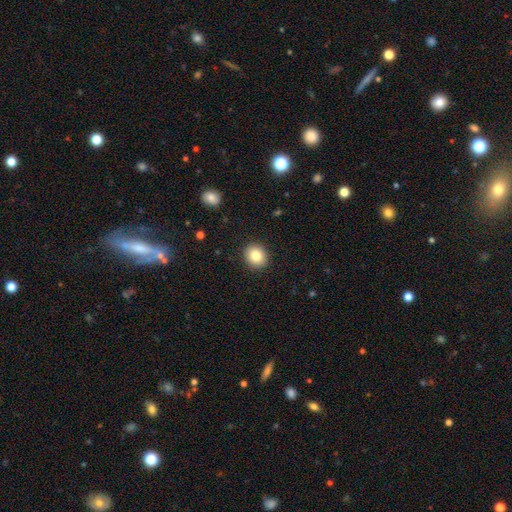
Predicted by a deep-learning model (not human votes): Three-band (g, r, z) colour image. It shows a smooth galaxy with no disk features (83%) that is round (79%). Merging: none (91%).